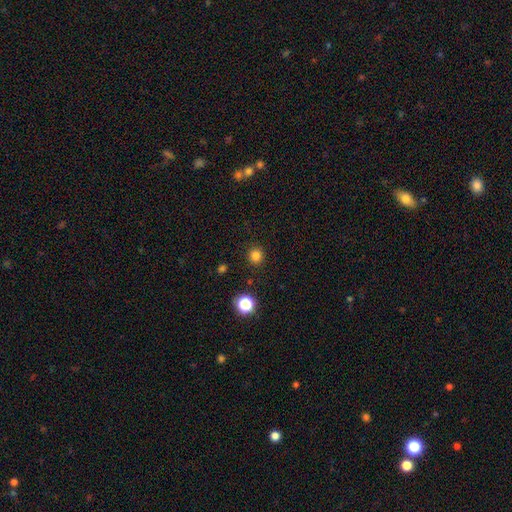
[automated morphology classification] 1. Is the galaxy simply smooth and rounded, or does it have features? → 82% smooth, 15% star or artifact, 3% featured or disk.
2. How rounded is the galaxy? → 93% round, 6% in between, 1% cigar-shaped.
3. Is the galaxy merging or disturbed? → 91% none, 6% minor disturbance, 2% major disturbance, 1% merger.